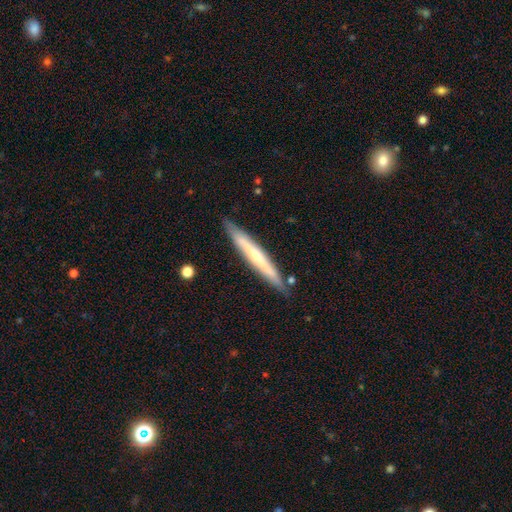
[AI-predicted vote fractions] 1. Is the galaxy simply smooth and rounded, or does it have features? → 55% featured or disk, 40% smooth, 5% star or artifact.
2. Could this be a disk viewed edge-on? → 93% yes, 7% no.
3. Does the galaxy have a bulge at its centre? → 47% rounded, 46% none, 6% boxy.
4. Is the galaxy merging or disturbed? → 86% none, 10% minor disturbance, 2% merger, 2% major disturbance.